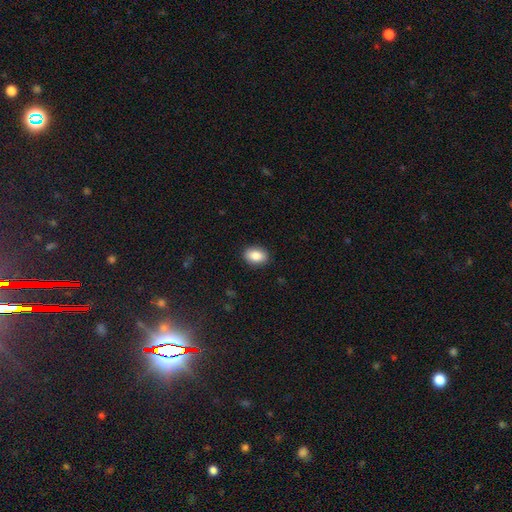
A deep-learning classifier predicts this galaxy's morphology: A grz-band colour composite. It shows a smooth galaxy with no disk features (86%) that is in between round and cigar-shaped (83%). Merging: none (89%).